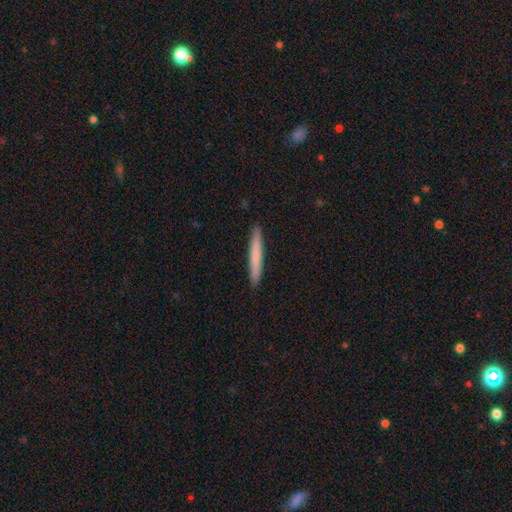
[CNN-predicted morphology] Smooth or featured: smooth — 74% (featured or disk — 21%)
How rounded: cigar-shaped — 96% (in between — 2%)
Merging: none — 92% (minor disturbance — 5%)